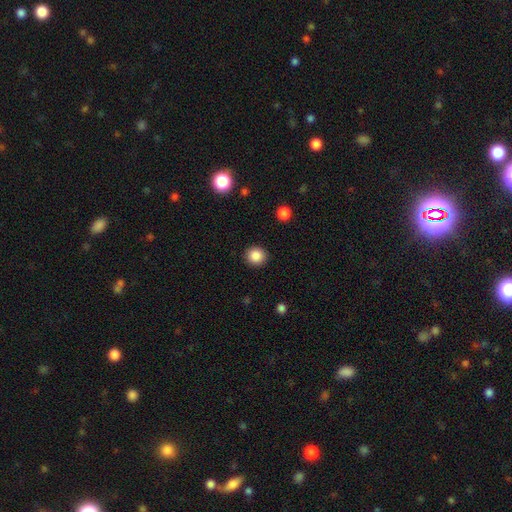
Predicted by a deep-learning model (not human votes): A smooth galaxy with no disk features (87%) that is round (88%). Merging: none (91%).